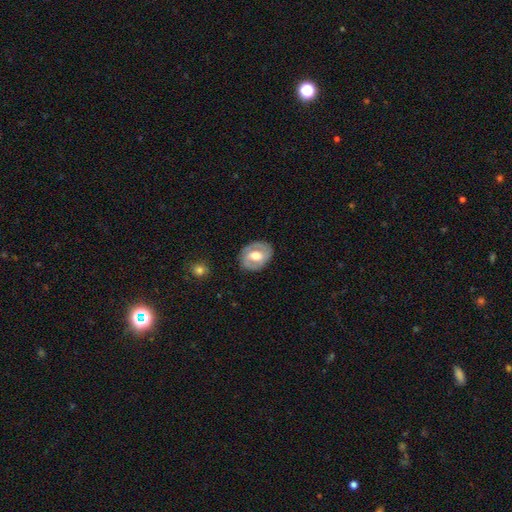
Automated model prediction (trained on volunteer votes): This appears to be a featured or disk galaxy (65%) with a weak bar (43%), spiral arms (68%) and a moderate central bulge (69%). Merging: none (81%).